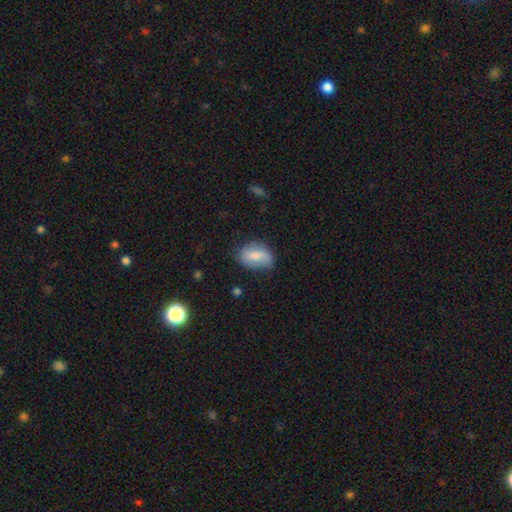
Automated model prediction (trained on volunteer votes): This appears to be a smooth galaxy with no disk features (66%) that is in between round and cigar-shaped (81%). Merging: none (67%).